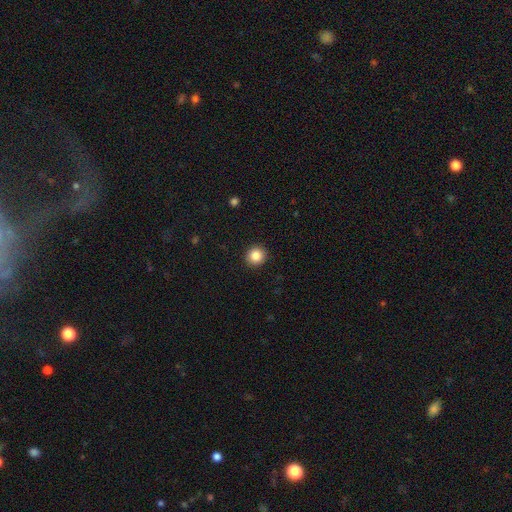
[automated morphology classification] smooth-or-featured: smooth: 86% | star or artifact: 10% | featured or disk: 4%
  how-rounded: round: 92% | in between: 7% | cigar-shaped: 1%
  merging: none: 92% | minor disturbance: 5% | major disturbance: 2% | merger: 1%